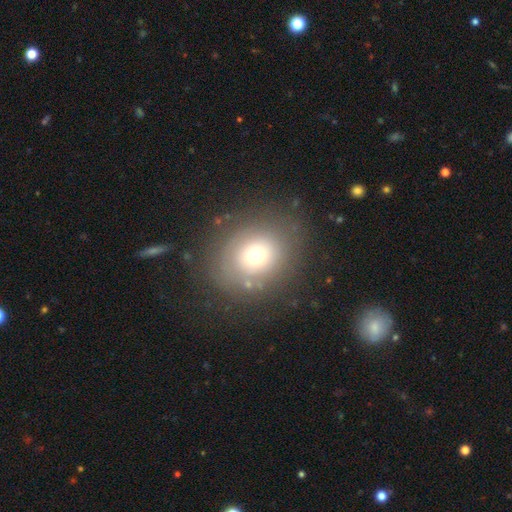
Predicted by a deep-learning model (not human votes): A smooth galaxy with no disk features (65%) that is round (69%).

Vote fractions:
- Smooth or featured? smooth: 65% / featured or disk: 20% / star or artifact: 16%
- How rounded? round: 69% / in between: 30% / cigar-shaped: 1%
- Merging? none: 78% / minor disturbance: 12% / major disturbance: 7% / merger: 2%